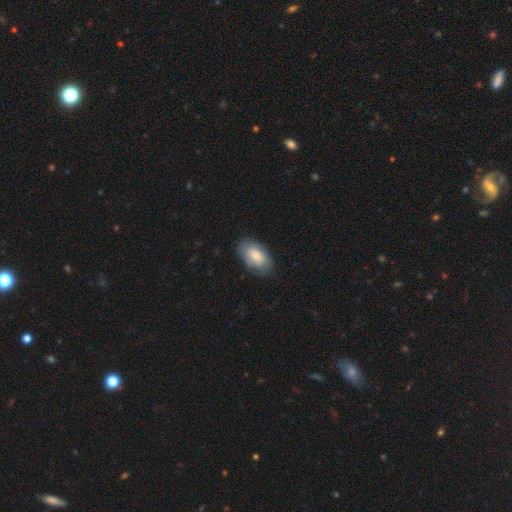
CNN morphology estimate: smooth-or-featured: smooth: 70% | featured or disk: 23% | star or artifact: 6%
  how-rounded: in between: 92% | round: 6% | cigar-shaped: 2%
  merging: none: 75% | minor disturbance: 19% | major disturbance: 5% | merger: 1%